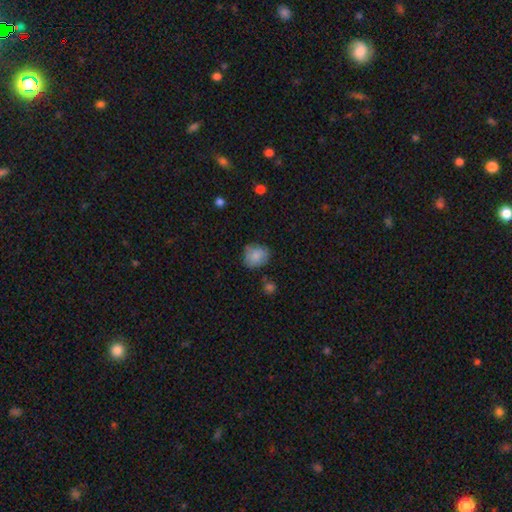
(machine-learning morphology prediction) Overall: smooth (82%). How rounded: round (56%; in between 43%). Merging: none (66%).